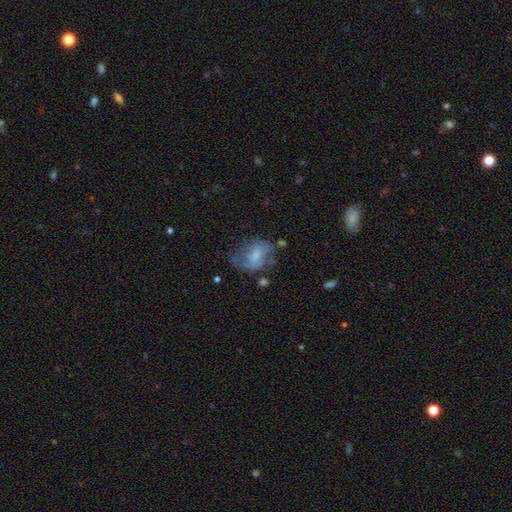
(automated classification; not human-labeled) This appears to be a smooth galaxy with no disk features (51%) that is in between round and cigar-shaped (72%). Merging: none (41%).